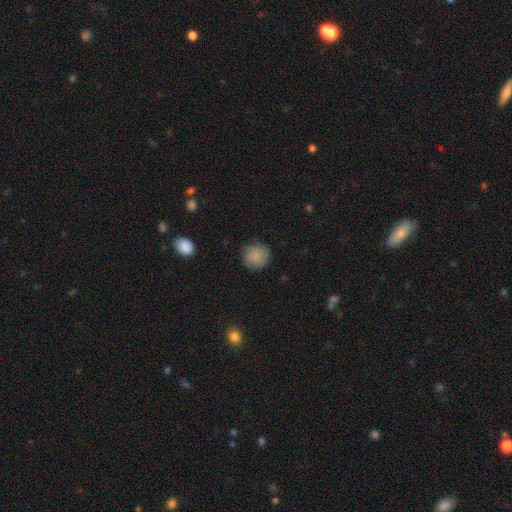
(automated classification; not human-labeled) A smooth galaxy with no disk features (84%) that is round (92%). Merging: none (83%).